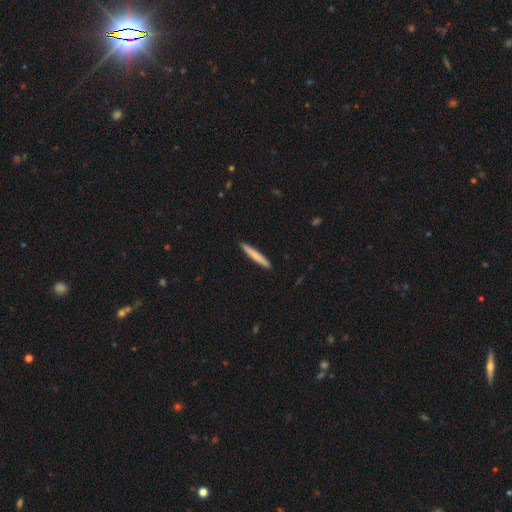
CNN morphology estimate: type=smooth (77%); roundness=cigar-shaped (96%); merging=none (92%).